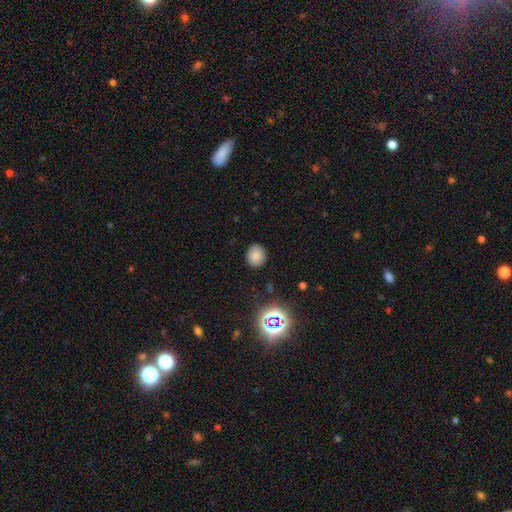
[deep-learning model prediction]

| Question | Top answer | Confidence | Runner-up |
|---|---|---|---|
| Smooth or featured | smooth | 78% | star or artifact (16%) |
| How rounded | round | 66% | in between (33%) |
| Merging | none | 87% | minor disturbance (9%) |